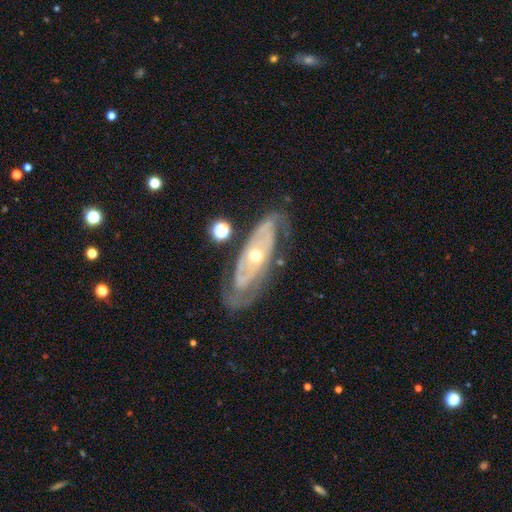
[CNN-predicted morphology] This is clearly a featured or disk galaxy (85%). It is clearly not viewed edge-on (88%). Bar: likely no (72%). Spiral arm pattern: clearly yes (84%). Spiral arm count: likely 2 (60%). Spiral winding: likely tight (61%). Central bulge: possibly moderate (51%). Merging: likely none (73%).